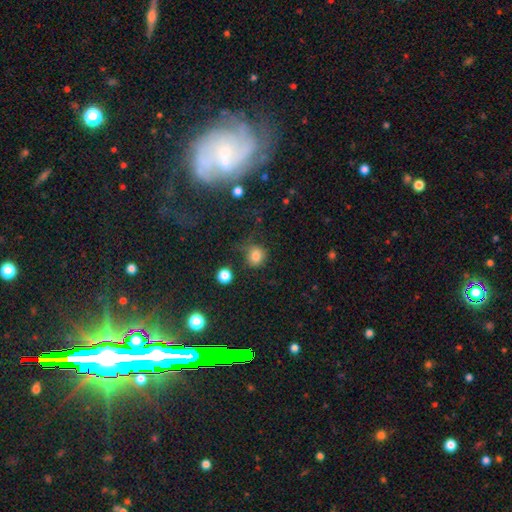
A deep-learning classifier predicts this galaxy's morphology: The model was most divided on "merging": none: 66%, minor disturbance: 20%, major disturbance: 10%, merger: 5%. More confident: how rounded — round (82%); smooth or featured — smooth (81%).